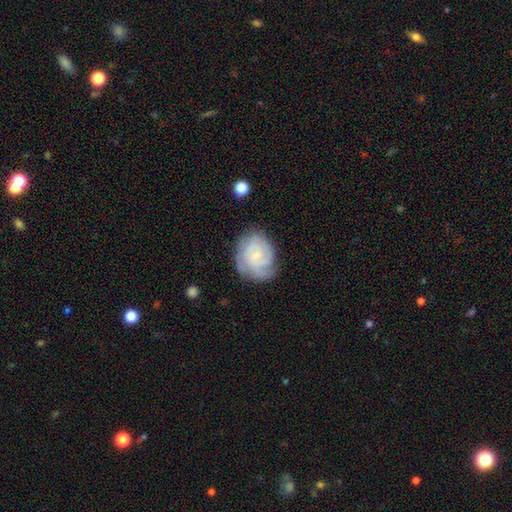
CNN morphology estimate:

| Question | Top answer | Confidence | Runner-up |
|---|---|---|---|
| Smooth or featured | featured or disk | 75% | smooth (19%) |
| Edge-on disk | no | 98% | yes (2%) |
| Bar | no | 67% | weak (30%) |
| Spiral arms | yes | 95% | no (5%) |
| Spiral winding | tight | 67% | medium (27%) |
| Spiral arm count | can't tell | 30% | 3 (29%) |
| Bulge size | small | 65% | none (17%) |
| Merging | none | 72% | minor disturbance (20%) |